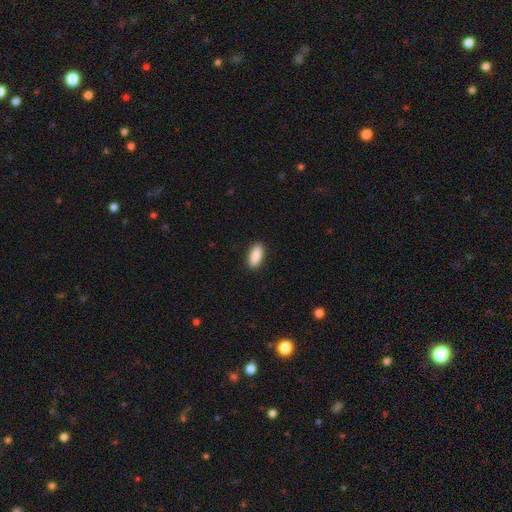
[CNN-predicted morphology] This appears to be a smooth galaxy with no disk features (88%) that is in between round and cigar-shaped (83%). Merging: none (89%).